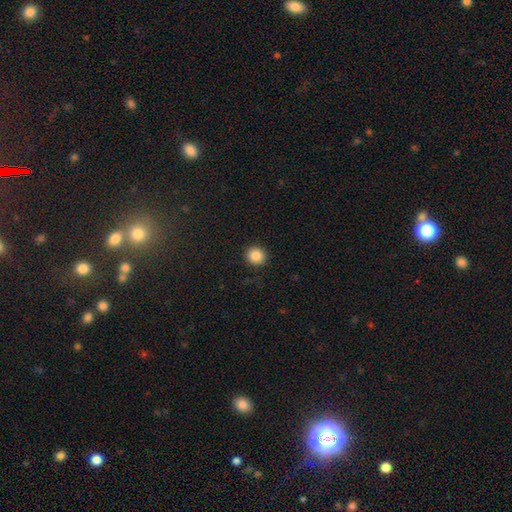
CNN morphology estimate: The model was most divided on "smooth or featured": smooth: 87%, star or artifact: 10%, featured or disk: 4%. More confident: merging — none (92%); how rounded — round (89%).